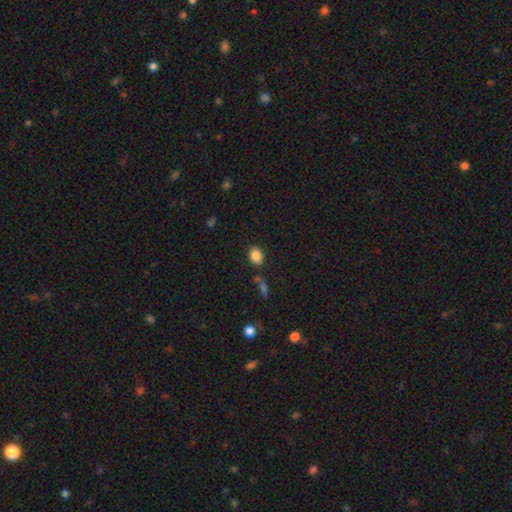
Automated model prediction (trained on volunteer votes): Smooth or featured? Predicted: smooth (p=0.86). How rounded? Predicted: in between (p=0.70). Merging? Predicted: none (p=0.80).